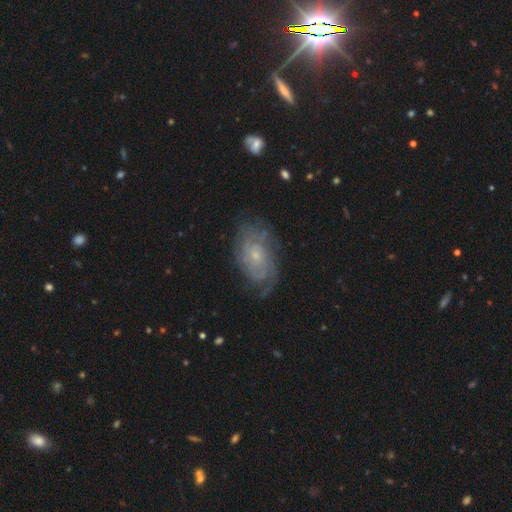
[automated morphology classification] This is likely a featured or disk galaxy (79%). It is clearly not viewed edge-on (96%). Bar: likely no (75%). Spiral arm pattern: clearly yes (92%). Spiral arm count: marginally can't tell (44%). Spiral winding: likely tight (60%). Central bulge: likely small (74%). Merging: likely none (71%).